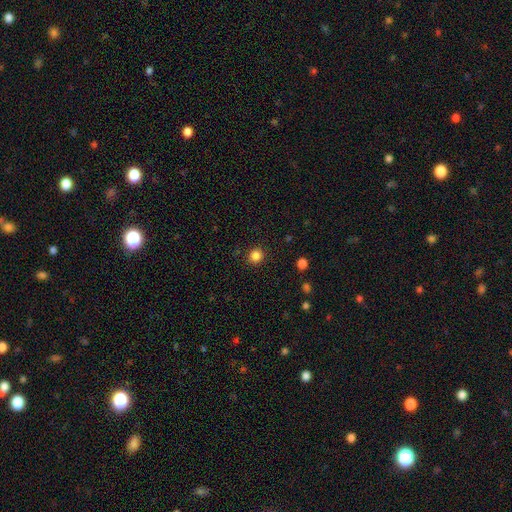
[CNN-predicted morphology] A smooth galaxy with no disk features (85%) that is round (91%).

Vote fractions:
- Smooth or featured? smooth: 85% / star or artifact: 12% / featured or disk: 3%
- How rounded? round: 91% / in between: 8% / cigar-shaped: 1%
- Merging? none: 91% / minor disturbance: 6% / major disturbance: 2% / merger: 1%